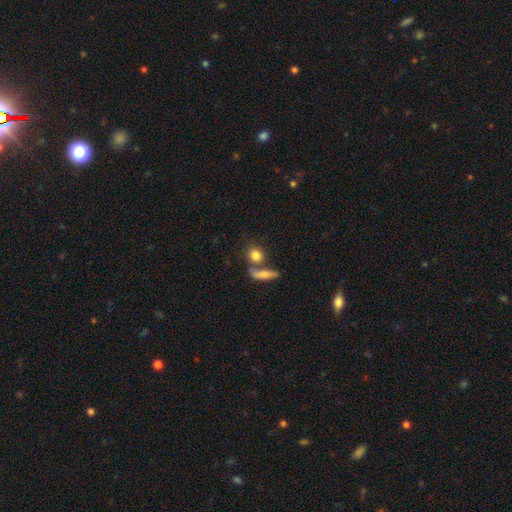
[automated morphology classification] smooth-or-featured: smooth: 80% | featured or disk: 12% | star or artifact: 8%
  how-rounded: round: 58% | in between: 33% | cigar-shaped: 9%
  merging: none: 49% | merger: 35% | minor disturbance: 10% | major disturbance: 6%